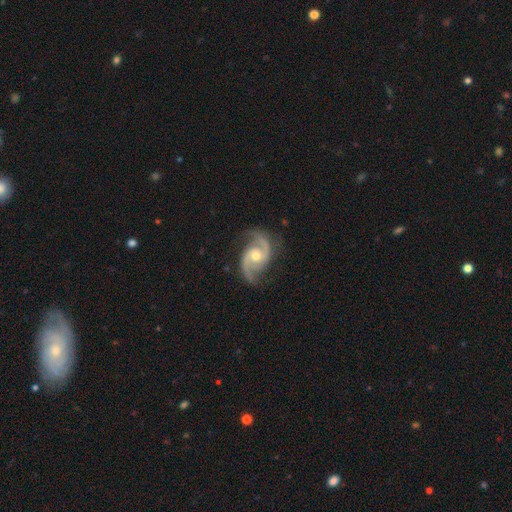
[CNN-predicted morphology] This is clearly a featured or disk galaxy (93%). It is clearly not viewed edge-on (98%). Bar: possibly no (59%). Spiral arm pattern: clearly yes (98%). Spiral arm count: clearly 2 (93%). Spiral winding: possibly medium (59%). Central bulge: likely moderate (62%). Merging: likely none (79%).